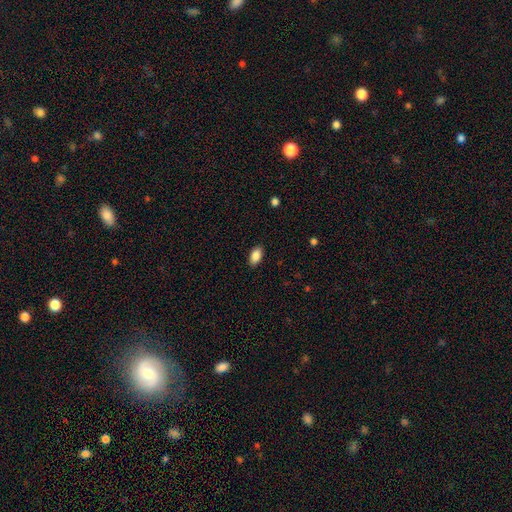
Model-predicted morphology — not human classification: This is clearly a smooth galaxy (88%). How rounded: clearly in between (93%). Merging: clearly none (89%).